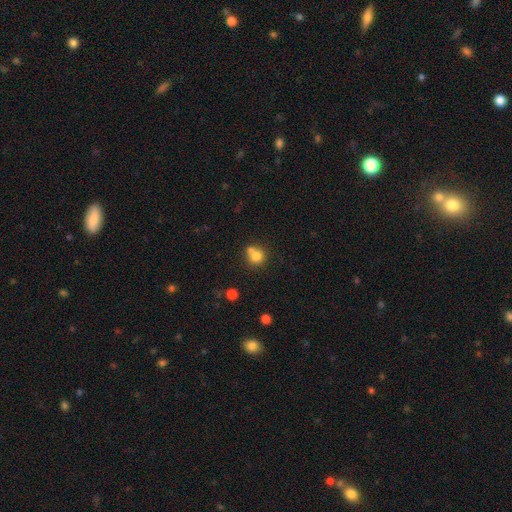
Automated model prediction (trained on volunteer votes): Overall: smooth (76%). How rounded: round (86%). Merging: none (47%; merger 41%).